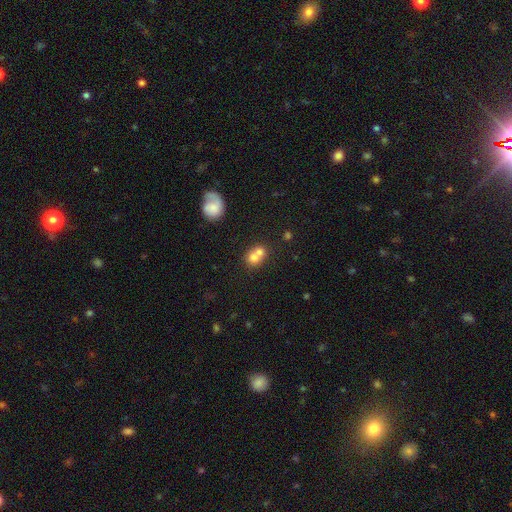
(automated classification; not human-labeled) Q: Smooth or featured?
A: smooth (71%); runner-up: featured or disk (18%)
Q: How rounded?
A: round (73%); runner-up: in between (26%)
Q: Merging?
A: merger (65%); runner-up: none (27%)